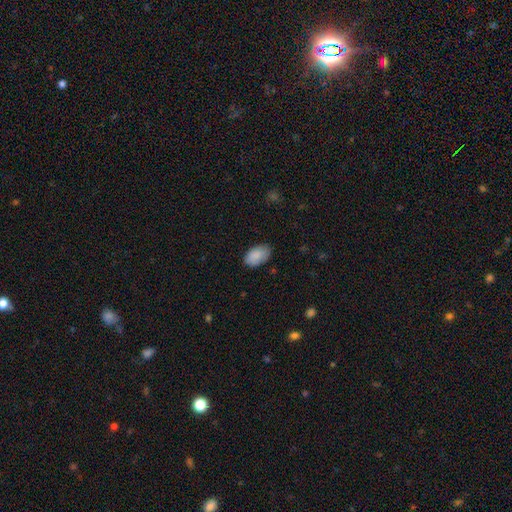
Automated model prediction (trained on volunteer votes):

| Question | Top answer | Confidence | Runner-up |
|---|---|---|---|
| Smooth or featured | smooth | 89% | star or artifact (6%) |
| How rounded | in between | 93% | round (5%) |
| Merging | none | 80% | minor disturbance (16%) |